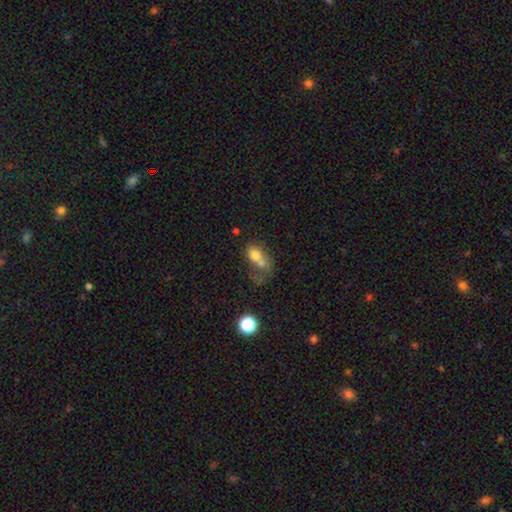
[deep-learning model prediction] Q: Smooth or featured?
A: smooth (69%); runner-up: featured or disk (19%)
Q: How rounded?
A: in between (63%); runner-up: round (35%)
Q: Merging?
A: merger (60%); runner-up: none (18%)